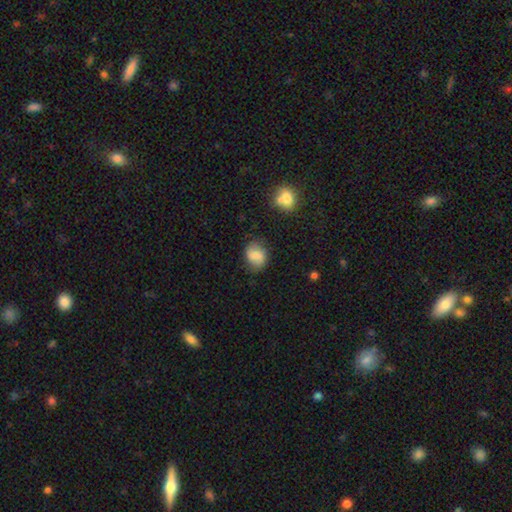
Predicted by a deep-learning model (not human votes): A smooth galaxy with no disk features (74%) that is in between round and cigar-shaped (50%). Merging: none (70%).